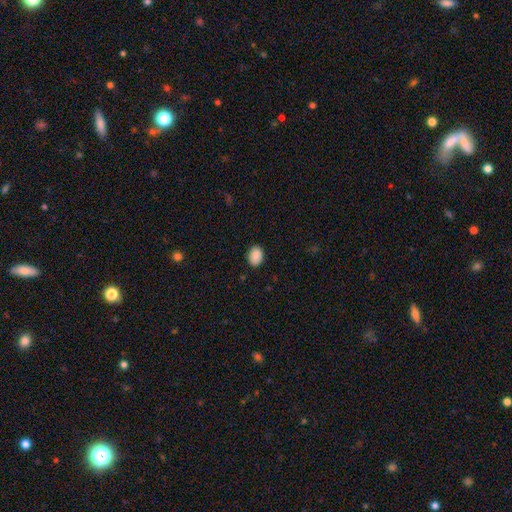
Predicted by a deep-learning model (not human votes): Smooth or featured? Predicted: smooth (p=0.89). How rounded? Predicted: in between (p=0.73). Merging? Predicted: none (p=0.87).